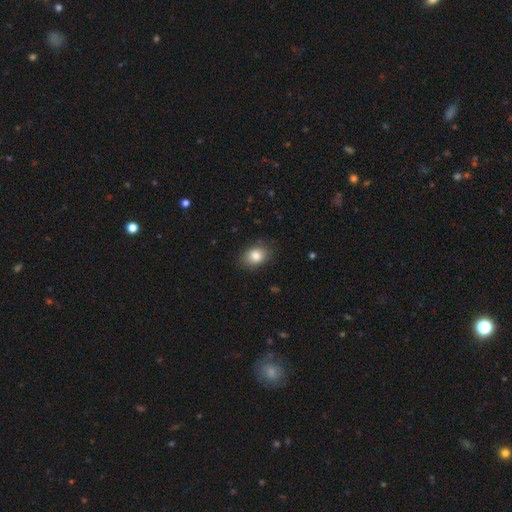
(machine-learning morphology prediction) Smooth or featured? Predicted: smooth (p=0.82). How rounded? Predicted: in between (p=0.69). Merging? Predicted: none (p=0.82).